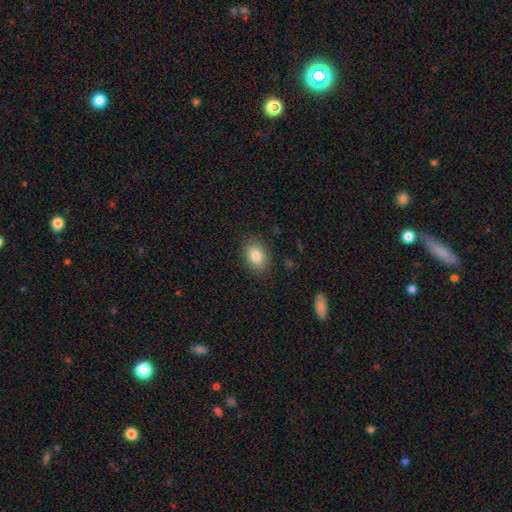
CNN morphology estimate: type=smooth (85%); roundness=in between (81%); merging=none (86%).